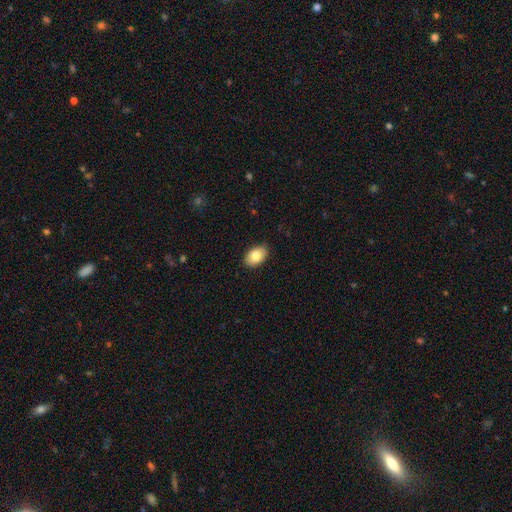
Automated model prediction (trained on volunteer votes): smooth 82%, featured or disk 11%, star or artifact 7%. Down the decision tree: how rounded — in between (90%); merging — none (87%).